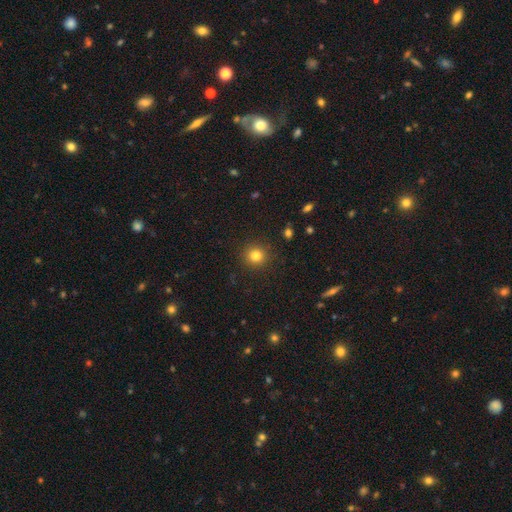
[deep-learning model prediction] smooth-or-featured: smooth: 81% | star or artifact: 13% | featured or disk: 6%
  how-rounded: round: 93% | in between: 6% | cigar-shaped: 1%
  merging: none: 91% | minor disturbance: 6% | major disturbance: 2% | merger: 1%